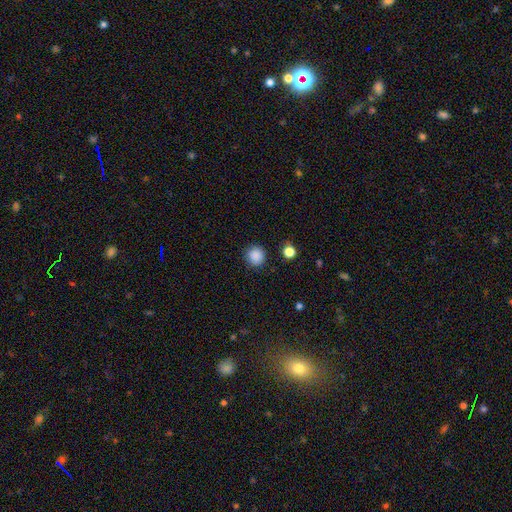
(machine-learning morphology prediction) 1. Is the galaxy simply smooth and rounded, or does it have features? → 87% smooth, 10% star or artifact, 3% featured or disk.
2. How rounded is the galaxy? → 93% round, 6% in between, 1% cigar-shaped.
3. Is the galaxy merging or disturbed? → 89% none, 7% minor disturbance, 2% major disturbance, 2% merger.